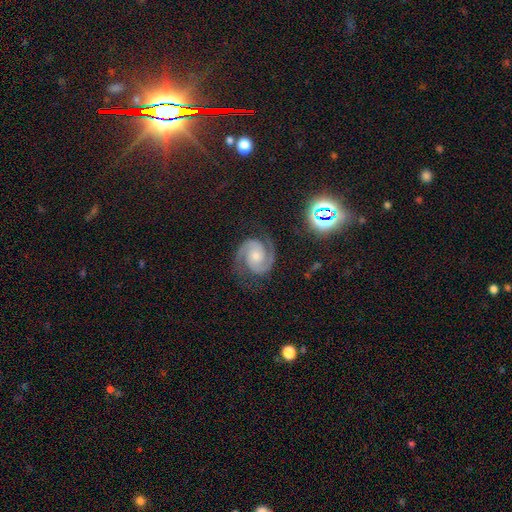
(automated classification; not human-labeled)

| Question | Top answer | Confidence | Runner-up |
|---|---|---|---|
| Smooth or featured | featured or disk | 92% | star or artifact (5%) |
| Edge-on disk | no | 98% | yes (2%) |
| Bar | no | 68% | weak (24%) |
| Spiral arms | yes | 99% | no (1%) |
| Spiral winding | medium | 48% | tight (47%) |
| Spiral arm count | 2 | 94% | can't tell (1%) |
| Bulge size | moderate | 47% | small (40%) |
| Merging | none | 82% | minor disturbance (13%) |